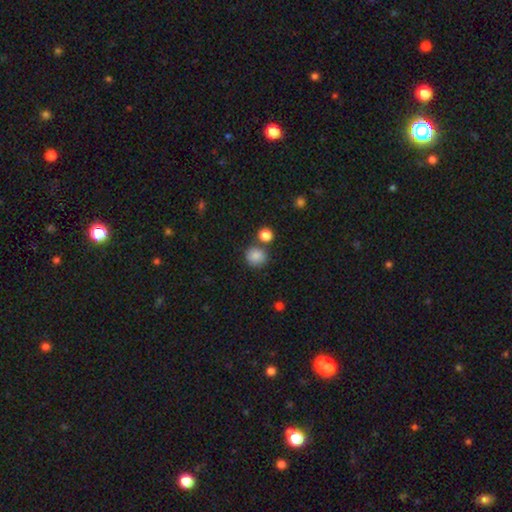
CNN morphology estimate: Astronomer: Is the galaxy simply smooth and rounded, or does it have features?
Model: smooth — 85%.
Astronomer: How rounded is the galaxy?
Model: round — 88%.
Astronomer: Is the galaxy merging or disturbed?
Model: none — 72%.